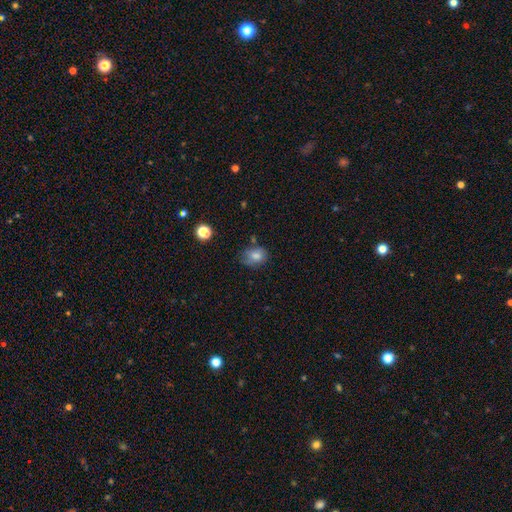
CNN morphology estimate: smooth 77%, featured or disk 13%, star or artifact 11%. Down the decision tree: how rounded — in between (60%); merging — none (55%).